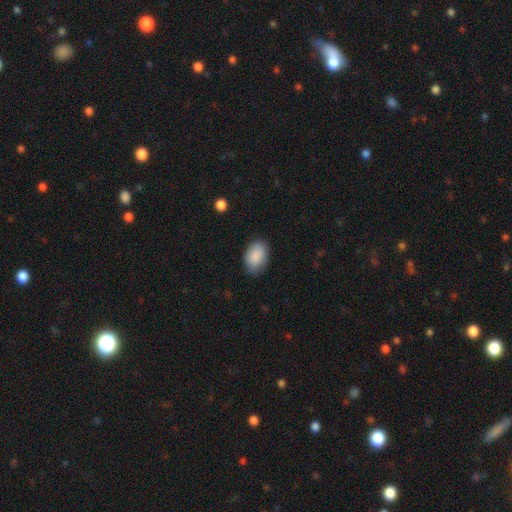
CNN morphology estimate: Smooth or featured?
  - smooth: 89% *
  - star or artifact: 7%
  - featured or disk: 4%
How rounded?
  - in between: 87% *
  - round: 11%
  - cigar-shaped: 1%
Merging?
  - none: 81% *
  - minor disturbance: 14%
  - major disturbance: 3%
  - merger: 1%